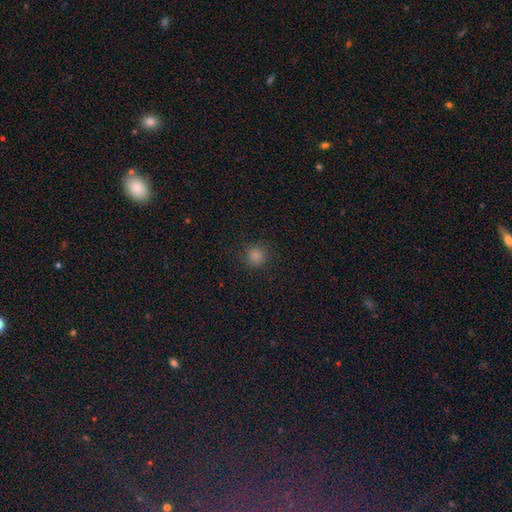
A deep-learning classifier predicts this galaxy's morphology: This is clearly a smooth galaxy (83%). How rounded: clearly round (92%). Merging: clearly none (88%).